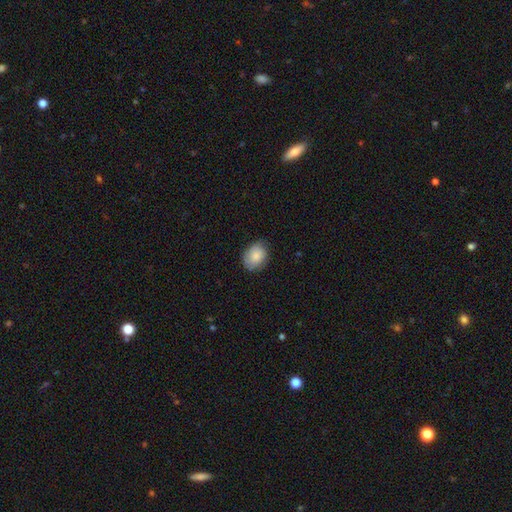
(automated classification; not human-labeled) The model was most divided on "how rounded": in between: 55%, round: 44%, cigar-shaped: 1%. More confident: smooth or featured — smooth (83%); merging — none (72%).